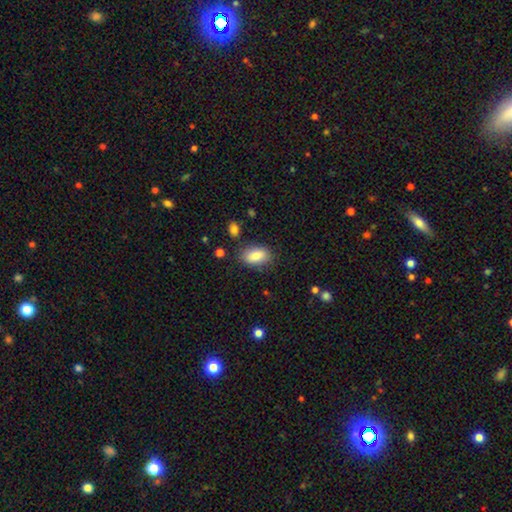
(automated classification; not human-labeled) smooth-or-featured: smooth: 85% | featured or disk: 8% | star or artifact: 7%
  how-rounded: in between: 91% | round: 7% | cigar-shaped: 3%
  merging: none: 81% | minor disturbance: 13% | major disturbance: 3% | merger: 3%